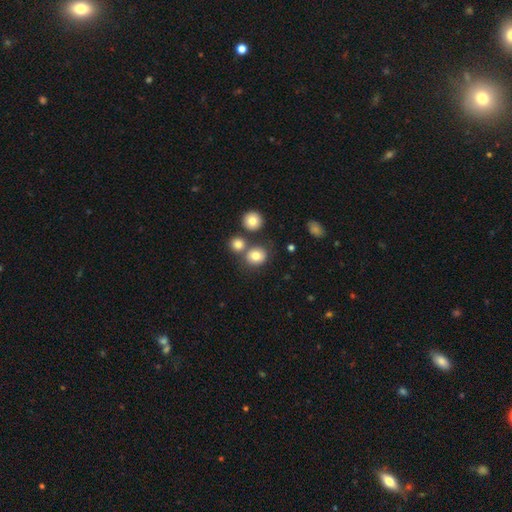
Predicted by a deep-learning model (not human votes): smooth 79%, star or artifact 12%, featured or disk 9%. Down the decision tree: how rounded — round (78%); merging — none (65%).